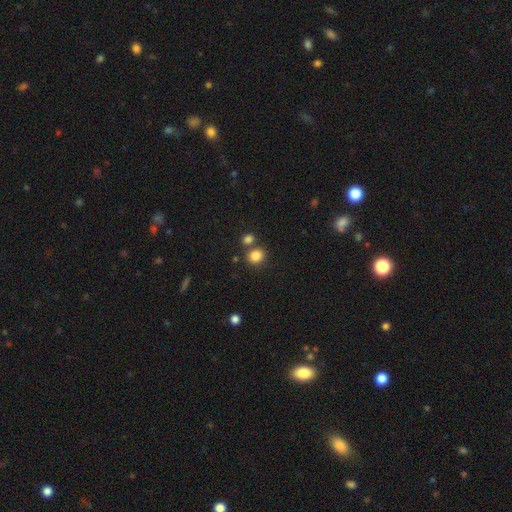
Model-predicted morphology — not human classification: This is clearly a smooth galaxy (84%). How rounded: likely round (67%). Merging: likely none (66%).